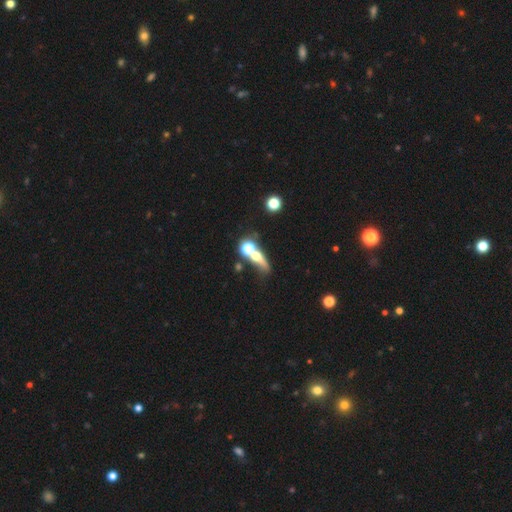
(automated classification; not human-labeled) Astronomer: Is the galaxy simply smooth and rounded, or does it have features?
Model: smooth — 53% (runner-up: featured or disk, 31%).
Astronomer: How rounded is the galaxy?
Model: round — 42% (runner-up: in between, 38%).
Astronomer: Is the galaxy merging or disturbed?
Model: merger — 52%.